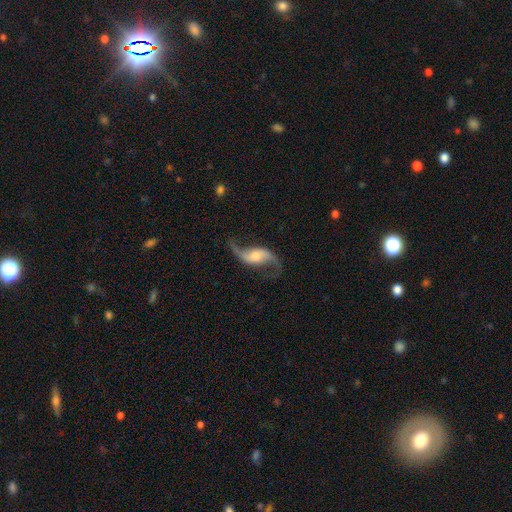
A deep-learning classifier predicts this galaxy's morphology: featured or disk 89%, smooth 6%, star or artifact 5%. Down the decision tree: edge-on disk — no (96%); bar — no (42%); spiral arms — yes (97%); spiral arm count — 2 (94%); spiral winding — loose (88%); bulge size — moderate (44%); merging — none (76%).